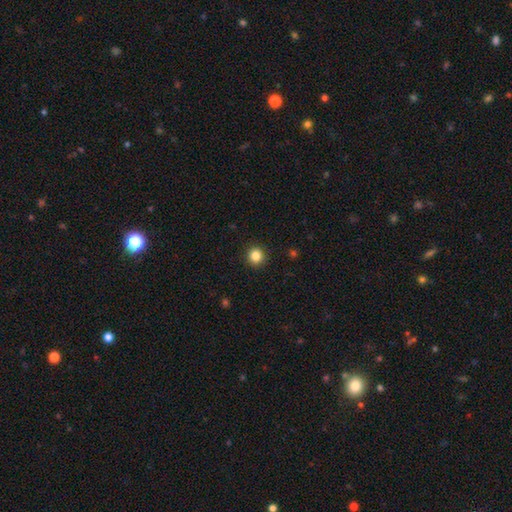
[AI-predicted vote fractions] Smooth or featured? smooth (84%)
How rounded? round (93%)
Merging? none (93%)